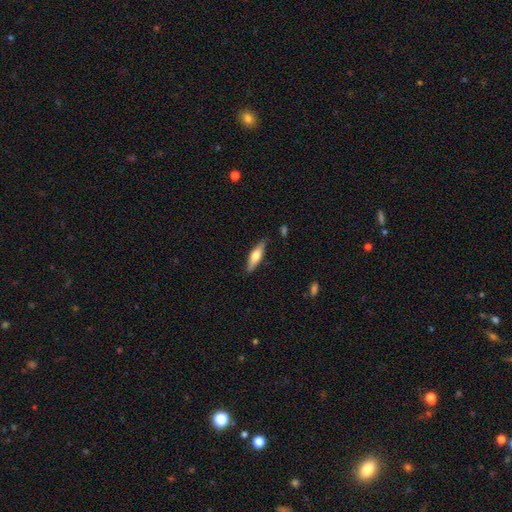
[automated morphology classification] type=smooth (57%); roundness=cigar-shaped (62%); merging=none (83%).